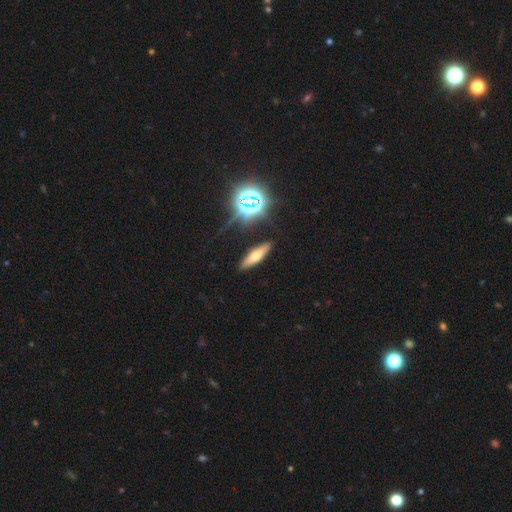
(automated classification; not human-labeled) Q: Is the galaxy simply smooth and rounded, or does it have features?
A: smooth — 52%.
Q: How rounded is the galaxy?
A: cigar-shaped — 67%.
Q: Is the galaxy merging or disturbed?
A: none — 88%.